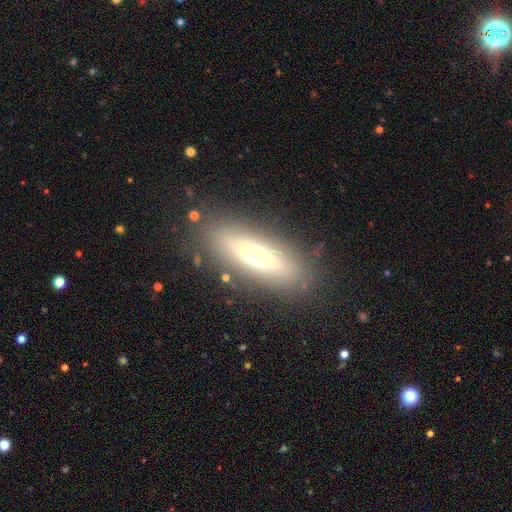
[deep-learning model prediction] Morphology: type=smooth (56%); roundness=cigar-shaped (50%); merging=none (83%).